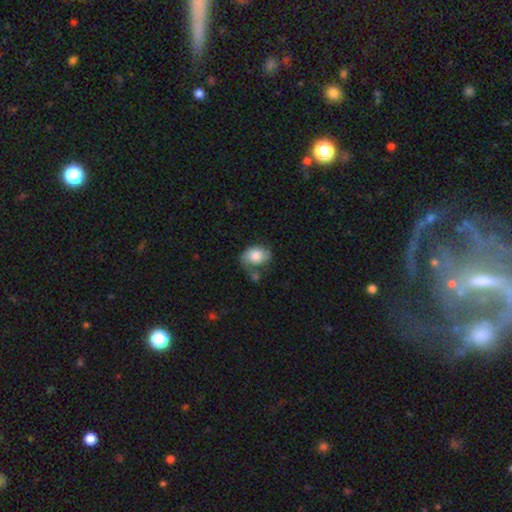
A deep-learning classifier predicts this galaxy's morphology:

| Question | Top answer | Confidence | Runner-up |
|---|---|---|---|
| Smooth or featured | smooth | 65% | featured or disk (27%) |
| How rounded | in between | 70% | round (29%) |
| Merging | none | 43% | minor disturbance (28%) |